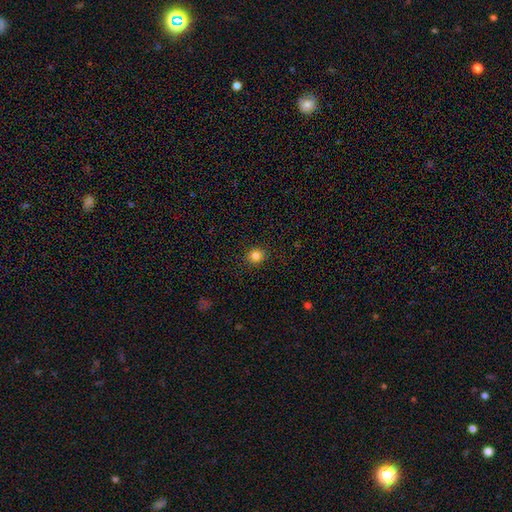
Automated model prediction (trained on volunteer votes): Smooth or featured? Predicted: smooth (p=0.83). How rounded? Predicted: round (p=0.82). Merging? Predicted: none (p=0.90).